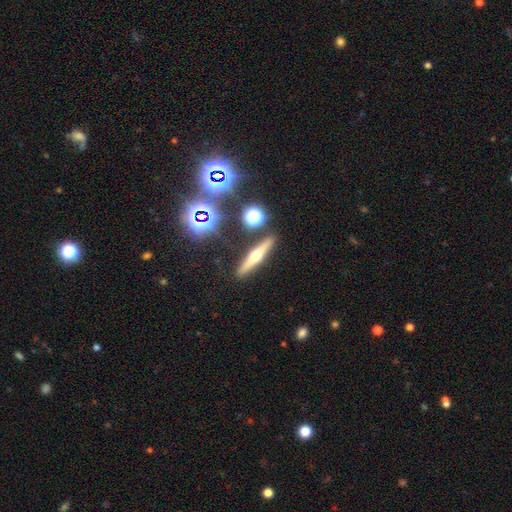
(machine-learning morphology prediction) The model was most divided on "smooth or featured": featured or disk: 61%, smooth: 28%, star or artifact: 11%. More confident: edge-on disk — yes (95%); edge-on bulge — rounded (94%); merging — none (89%).